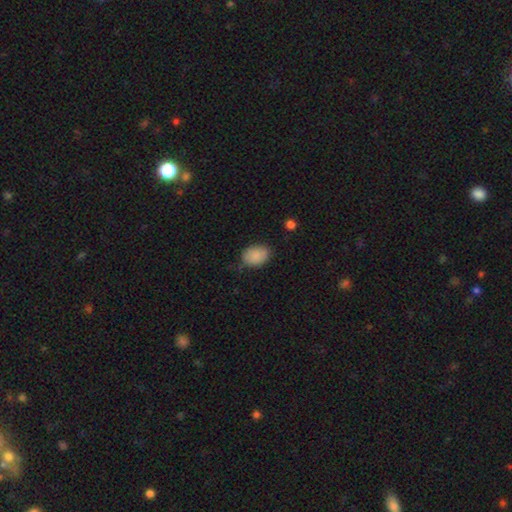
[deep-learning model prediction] smooth_or_featured: smooth (p=0.88) [alt: star or artifact p=0.08]
how_rounded: in between (p=0.75) [alt: round p=0.24]
merging: none (p=0.75) [alt: minor disturbance p=0.20]